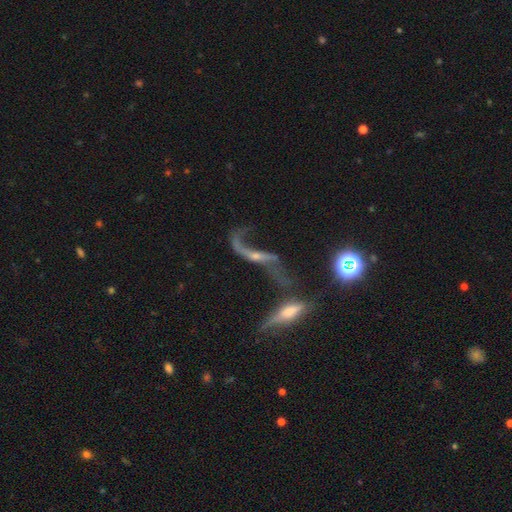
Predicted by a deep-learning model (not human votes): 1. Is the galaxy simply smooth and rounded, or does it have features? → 74% featured or disk, 13% star or artifact, 13% smooth.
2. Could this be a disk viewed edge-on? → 78% no, 22% yes.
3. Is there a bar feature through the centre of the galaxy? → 53% no, 28% weak, 19% strong.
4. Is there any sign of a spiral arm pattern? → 78% yes, 22% no.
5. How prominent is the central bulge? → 53% small, 21% moderate, 21% none, 3% large, 2% dominant.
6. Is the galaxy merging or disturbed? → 32% merger, 29% major disturbance, 27% none, 13% minor disturbance.